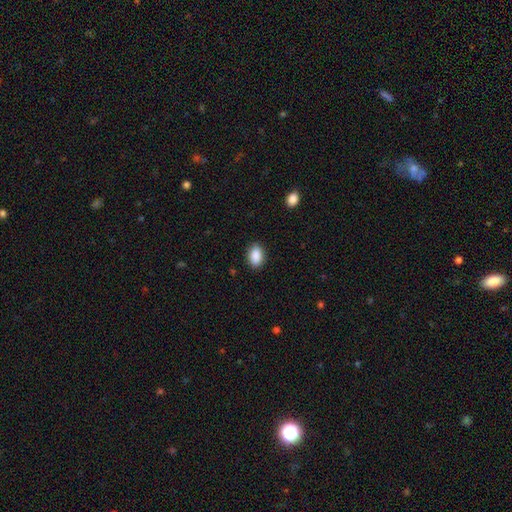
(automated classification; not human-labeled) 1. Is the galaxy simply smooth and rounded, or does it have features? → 89% smooth, 7% star or artifact, 4% featured or disk.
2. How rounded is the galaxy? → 88% in between, 10% round, 2% cigar-shaped.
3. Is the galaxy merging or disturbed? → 87% none, 10% minor disturbance, 2% major disturbance, 1% merger.